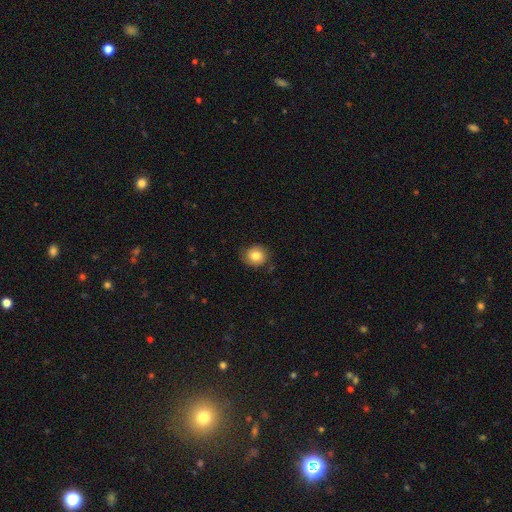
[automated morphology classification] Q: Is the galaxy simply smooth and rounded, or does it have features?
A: smooth — 81%.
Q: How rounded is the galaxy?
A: round — 79%.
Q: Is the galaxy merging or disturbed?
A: none — 79%.